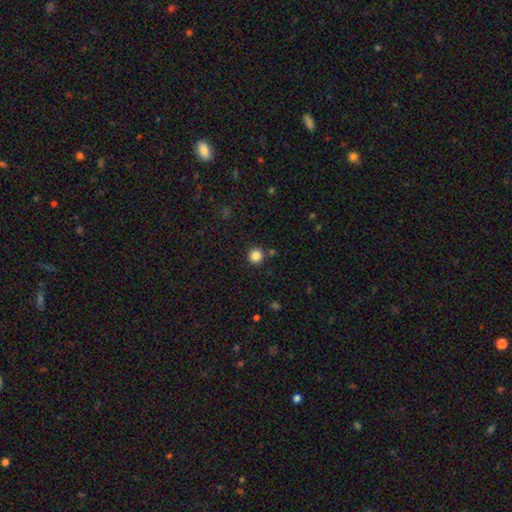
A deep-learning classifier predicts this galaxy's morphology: A smooth galaxy with no disk features (85%) that is round (95%). Merging: none (90%).